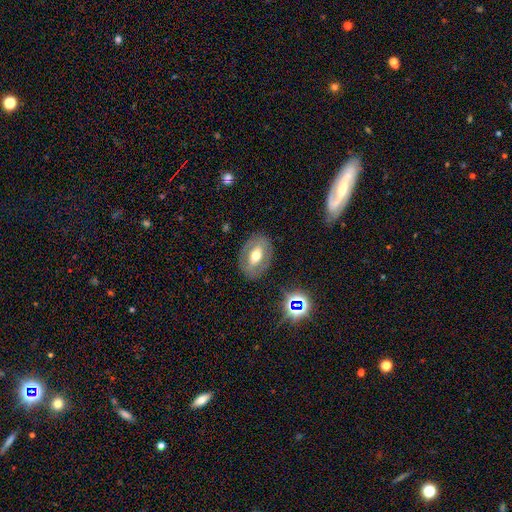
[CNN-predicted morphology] Overall: featured or disk (49%; smooth 42%). Merging: none (82%).